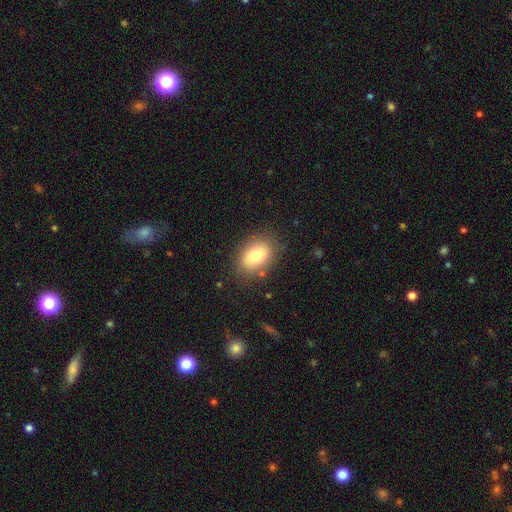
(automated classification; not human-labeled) Smooth or featured?
  - smooth: 79% *
  - featured or disk: 13%
  - star or artifact: 8%
How rounded?
  - in between: 83% *
  - round: 15%
  - cigar-shaped: 2%
Merging?
  - none: 81% *
  - minor disturbance: 13%
  - major disturbance: 4%
  - merger: 2%